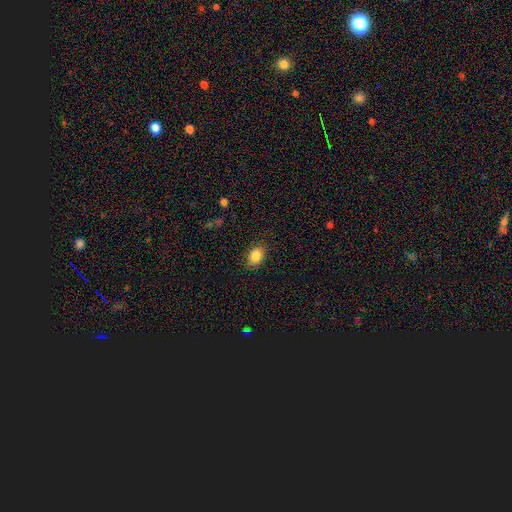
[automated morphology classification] Overall: smooth (86%). How rounded: in between (75%). Merging: none (84%).